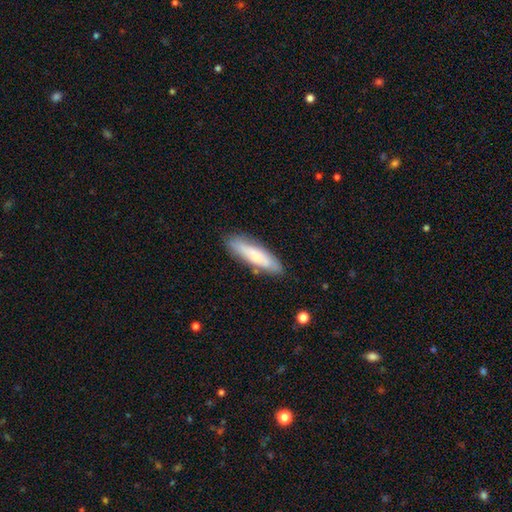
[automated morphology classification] A smooth galaxy with no disk features (66%) that is cigar-shaped (69%).

Vote fractions:
- Smooth or featured? smooth: 66% / featured or disk: 27% / star or artifact: 6%
- How rounded? cigar-shaped: 69% / in between: 30% / round: 2%
- Merging? none: 81% / minor disturbance: 14% / major disturbance: 3% / merger: 3%